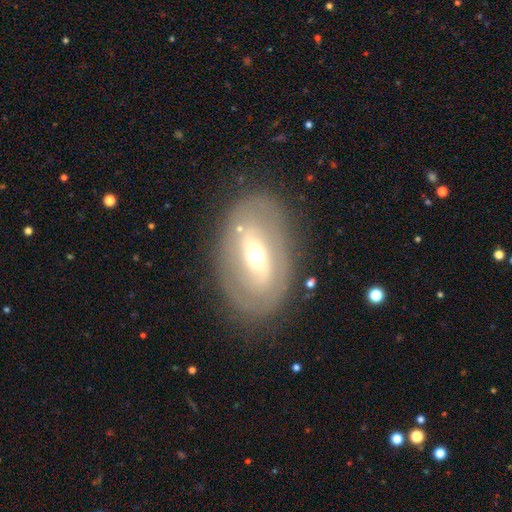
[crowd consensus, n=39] Overall: featured or disk (59%; smooth 31%). Edge-on disk: no (91%). Bar: weak (48%; no 29%). Spiral arms: yes (62%; no 38%). Spiral arm count: 2 (38%, tied with can't tell). Spiral winding: tight (69%). Bulge size: moderate (48%, tied with small). Merging: none (86%).